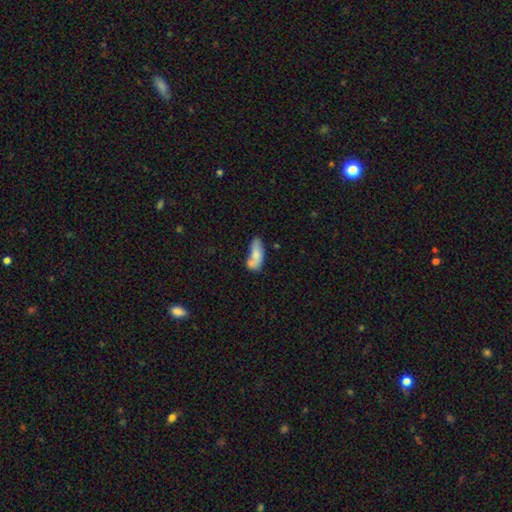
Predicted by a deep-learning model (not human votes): Morphology: type=smooth (71%); roundness=in between (80%); merging=none (35%).